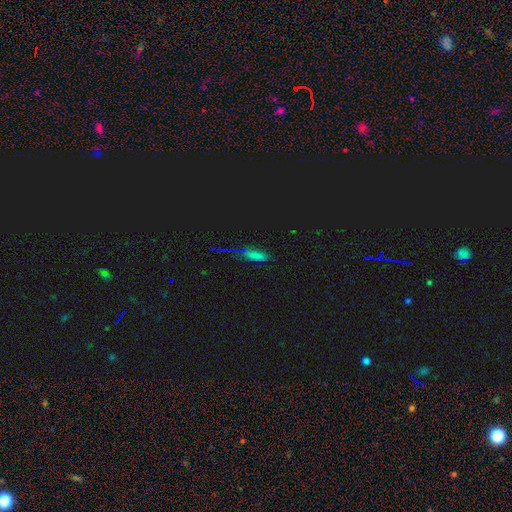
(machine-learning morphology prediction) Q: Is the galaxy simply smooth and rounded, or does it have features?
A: smooth — 48%.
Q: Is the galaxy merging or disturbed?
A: none — 70%.